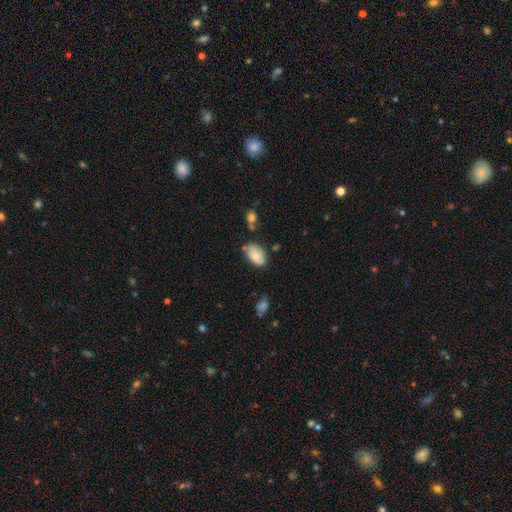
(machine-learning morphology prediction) Smooth or featured?
  - smooth: 69% *
  - featured or disk: 23%
  - star or artifact: 7%
How rounded?
  - in between: 92% *
  - round: 7%
  - cigar-shaped: 1%
Merging?
  - none: 61% *
  - minor disturbance: 27%
  - merger: 6%
  - major disturbance: 6%